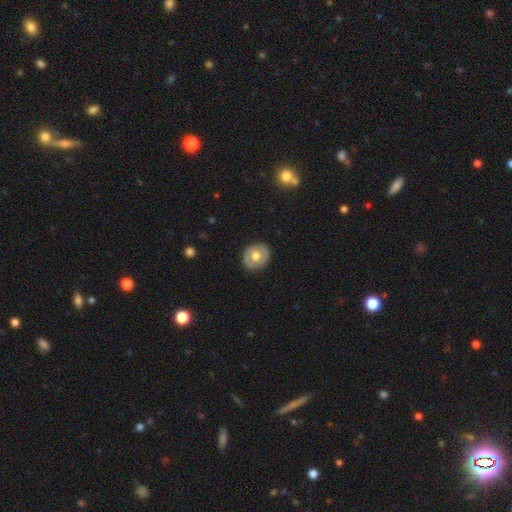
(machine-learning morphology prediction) Smooth or featured?
  - smooth: 55% *
  - featured or disk: 39%
  - star or artifact: 6%
How rounded?
  - round: 73% *
  - in between: 26%
  - cigar-shaped: 1%
Merging?
  - none: 87% *
  - minor disturbance: 10%
  - major disturbance: 2%
  - merger: 1%